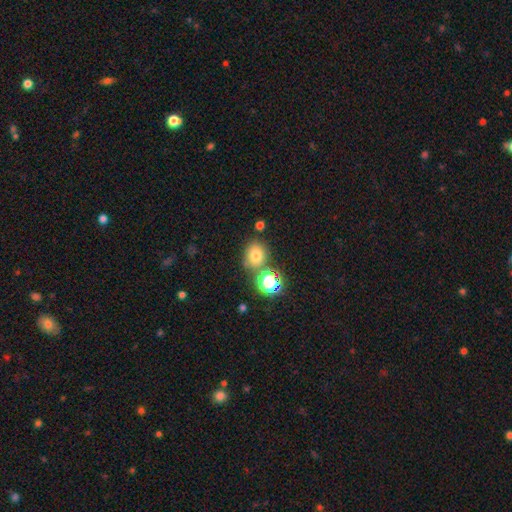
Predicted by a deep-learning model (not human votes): smooth-or-featured: smooth: 70% | star or artifact: 20% | featured or disk: 10%
  how-rounded: round: 73% | in between: 26% | cigar-shaped: 1%
  merging: none: 70% | merger: 15% | minor disturbance: 12% | major disturbance: 4%